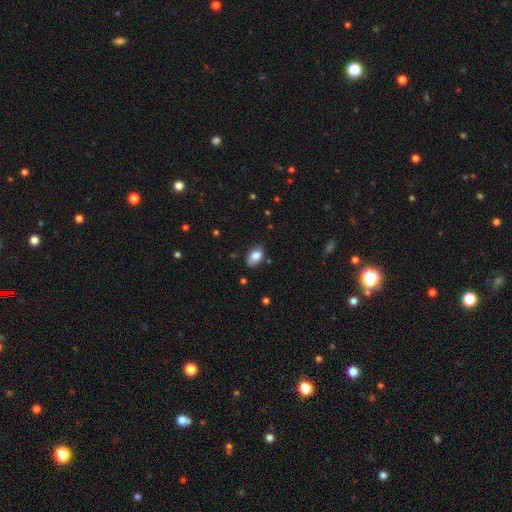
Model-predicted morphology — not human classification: Smooth or featured: smooth — 82% (featured or disk — 10%)
How rounded: in between — 90% (round — 8%)
Merging: none — 77% (minor disturbance — 18%)